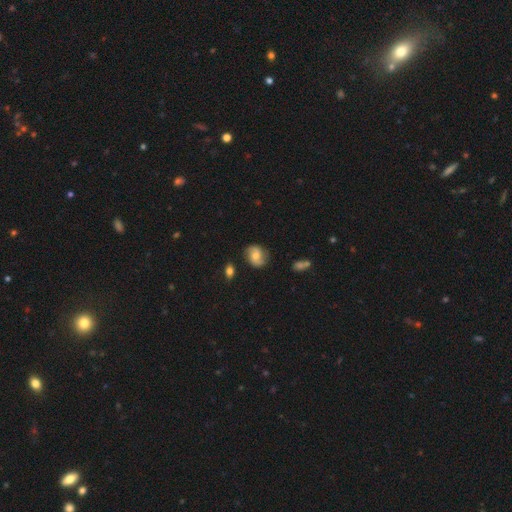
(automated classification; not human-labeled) This is possibly a featured or disk galaxy (51%). It is clearly not viewed edge-on (97%). Merging: likely none (78%).